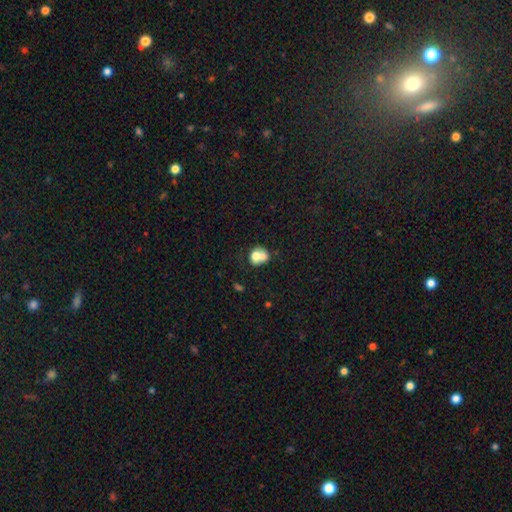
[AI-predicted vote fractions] smooth 67%, featured or disk 23%, star or artifact 10%. Down the decision tree: how rounded — round (59%); merging — merger (57%).